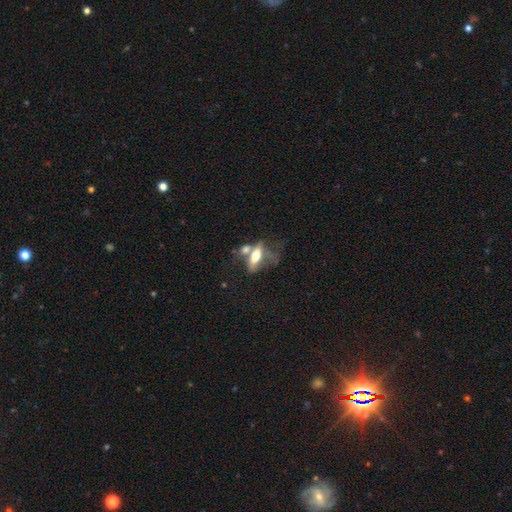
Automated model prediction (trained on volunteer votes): Smooth or featured: smooth — 50% (featured or disk — 42%)
Merging: merger — 41% (none — 24%)